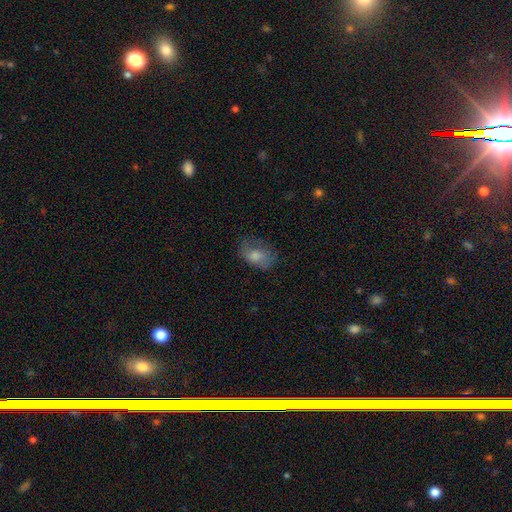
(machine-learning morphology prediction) smooth 65%, featured or disk 24%, star or artifact 11%. Down the decision tree: how rounded — in between (81%); merging — none (60%).